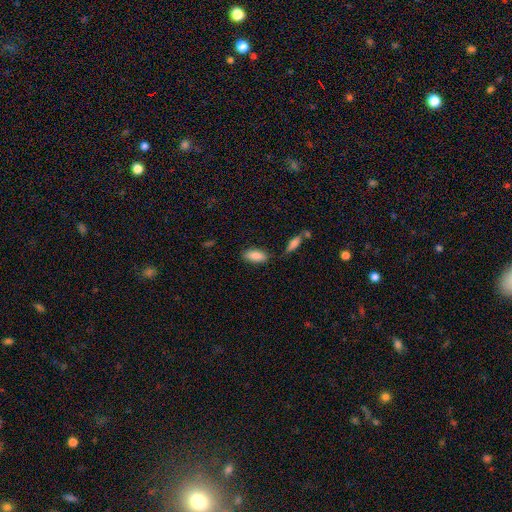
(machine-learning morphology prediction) Overall: smooth (87%). How rounded: in between (85%). Merging: none (73%).